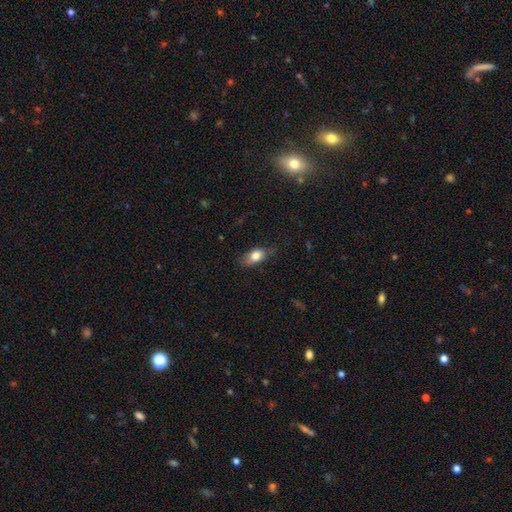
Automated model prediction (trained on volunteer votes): smooth-or-featured: smooth: 78% | featured or disk: 14% | star or artifact: 8%
  how-rounded: in between: 83% | round: 9% | cigar-shaped: 8%
  merging: none: 66% | minor disturbance: 26% | major disturbance: 7% | merger: 1%